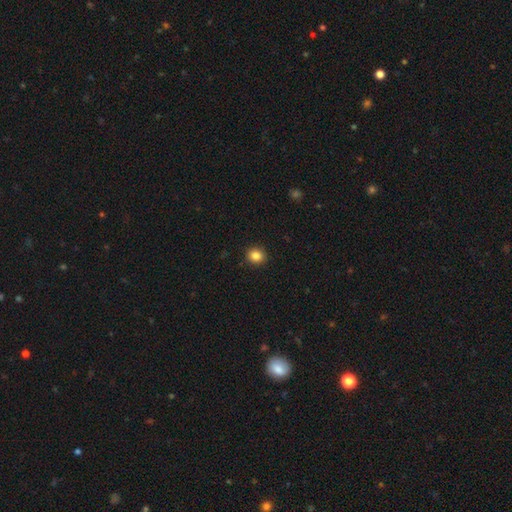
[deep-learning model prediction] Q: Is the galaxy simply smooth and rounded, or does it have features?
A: smooth — 85%.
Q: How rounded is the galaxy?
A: round — 76%.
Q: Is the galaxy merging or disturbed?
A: none — 91%.